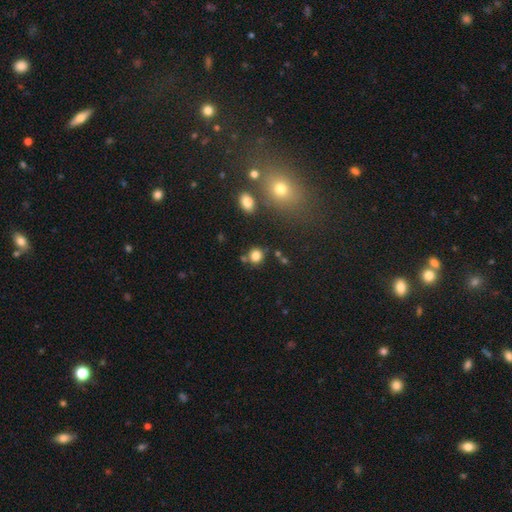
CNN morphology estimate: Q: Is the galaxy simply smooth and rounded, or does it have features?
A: smooth — 82%.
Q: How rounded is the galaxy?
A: round — 83%.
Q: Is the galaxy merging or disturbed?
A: none — 76%.